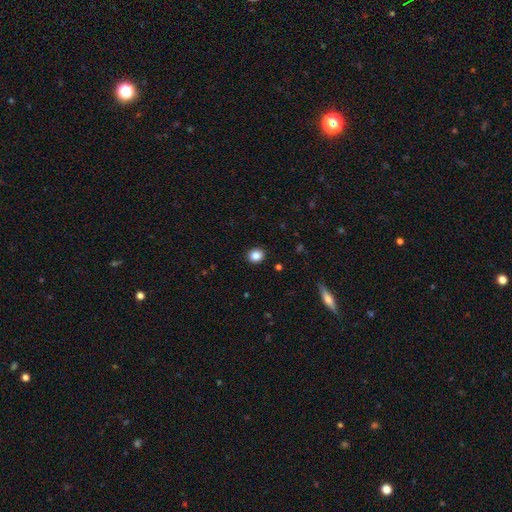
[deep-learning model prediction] This appears to be a smooth galaxy with no disk features (85%) that is round (79%). Merging: none (92%).